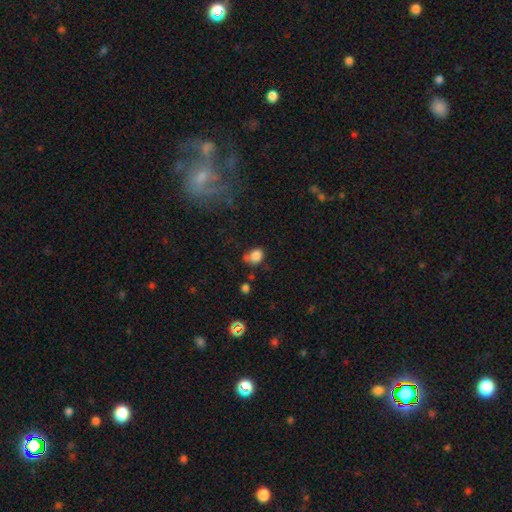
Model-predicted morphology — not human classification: Q: Smooth or featured?
A: smooth (82%); runner-up: star or artifact (11%)
Q: How rounded?
A: round (52%); runner-up: in between (47%)
Q: Merging?
A: none (49%); runner-up: minor disturbance (33%)